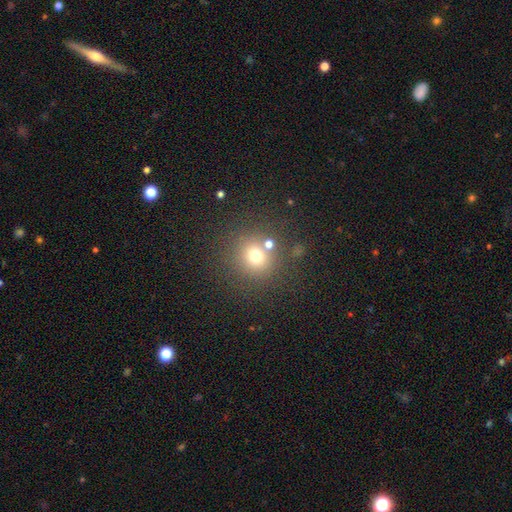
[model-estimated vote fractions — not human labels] Smooth or featured: smooth — 72% (star or artifact — 18%)
How rounded: round — 90% (in between — 9%)
Merging: none — 75% (merger — 12%)